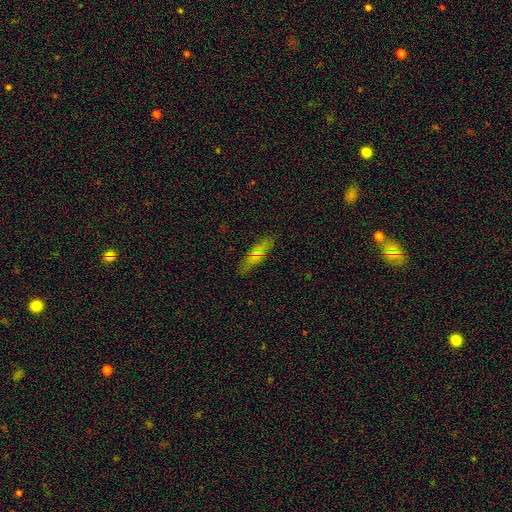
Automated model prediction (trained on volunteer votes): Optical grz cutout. It shows a smooth galaxy with no disk features (62%) that is cigar-shaped (67%). Merging: none (84%).